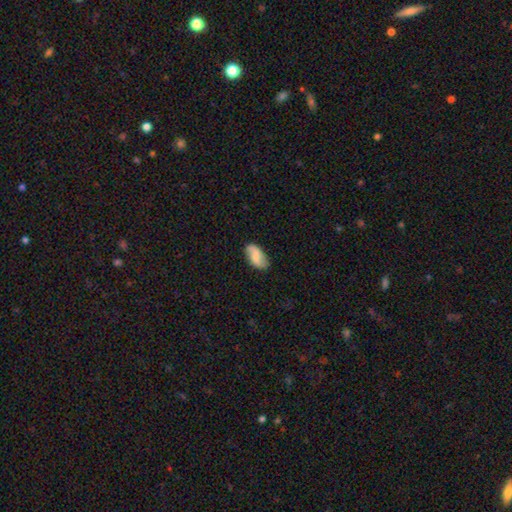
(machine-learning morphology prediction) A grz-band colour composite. It shows a smooth galaxy with no disk features (59%) that is in between round and cigar-shaped (93%). Merging: none (76%).